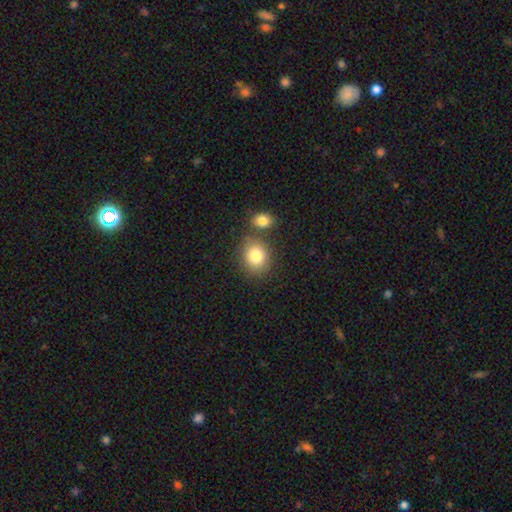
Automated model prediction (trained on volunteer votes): This appears to be a smooth galaxy with no disk features (81%) that is round (65%). Merging: none (68%).